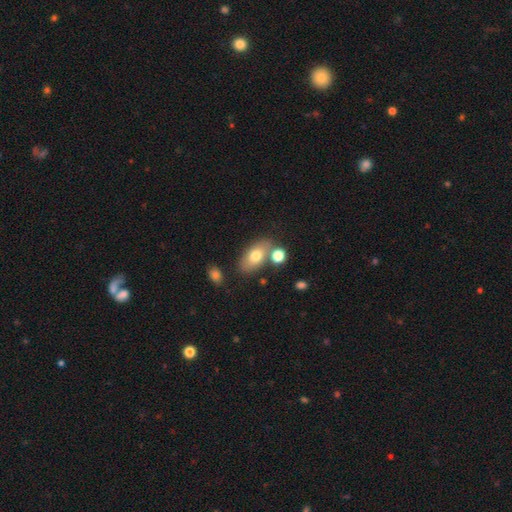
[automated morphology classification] Smooth or featured? smooth (73%)
How rounded? in between (88%)
Merging? none (66%)